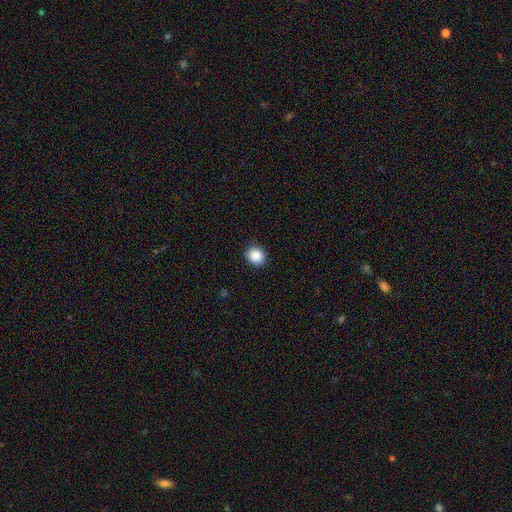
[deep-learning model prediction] Smooth or featured? Predicted: smooth (p=0.88). How rounded? Predicted: round (p=0.82). Merging? Predicted: none (p=0.89).